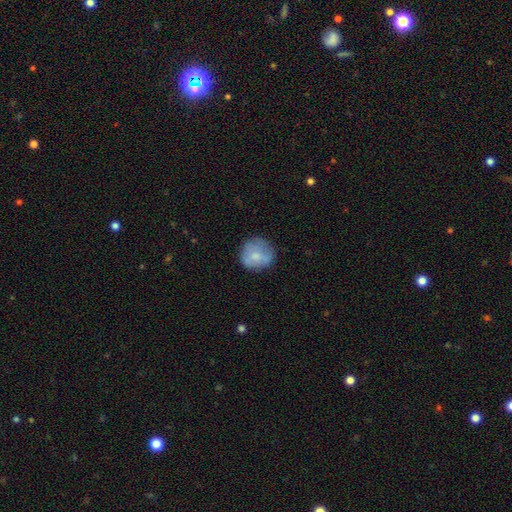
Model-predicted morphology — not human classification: type=smooth (73%); roundness=round (89%); merging=none (74%).